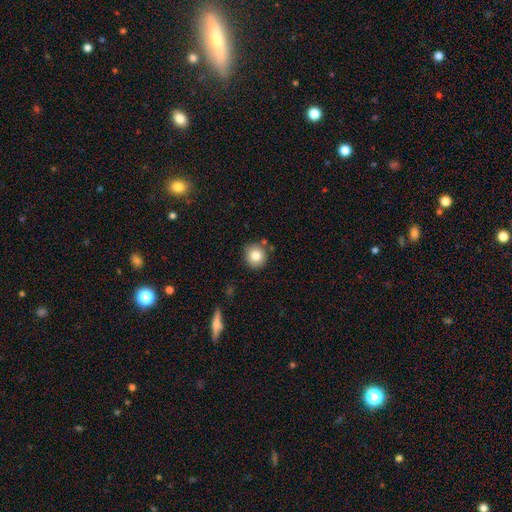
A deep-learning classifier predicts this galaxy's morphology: smooth 82%, star or artifact 10%, featured or disk 9%. Down the decision tree: how rounded — round (92%); merging — none (84%).